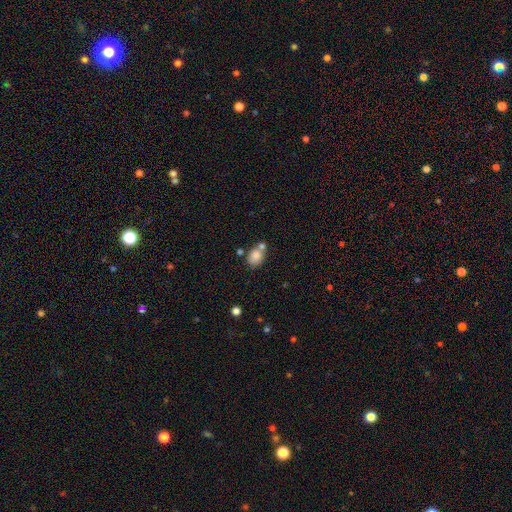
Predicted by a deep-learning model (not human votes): smooth 82%, star or artifact 9%, featured or disk 9%. Down the decision tree: how rounded — in between (67%); merging — none (46%).